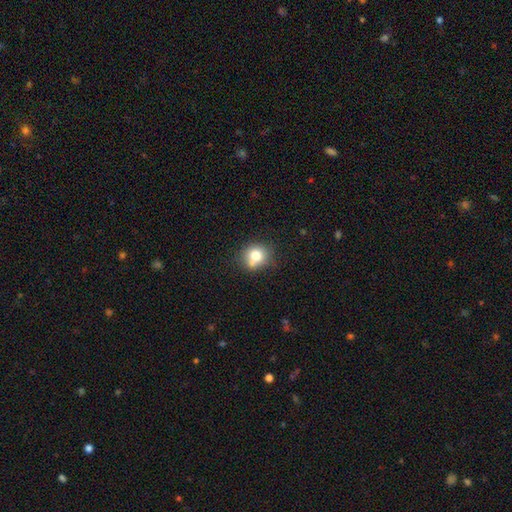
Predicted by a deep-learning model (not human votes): smooth_or_featured: smooth (p=0.76) [alt: featured or disk p=0.13]
how_rounded: round (p=0.76) [alt: in between p=0.23]
merging: none (p=0.58) [alt: merger p=0.19]